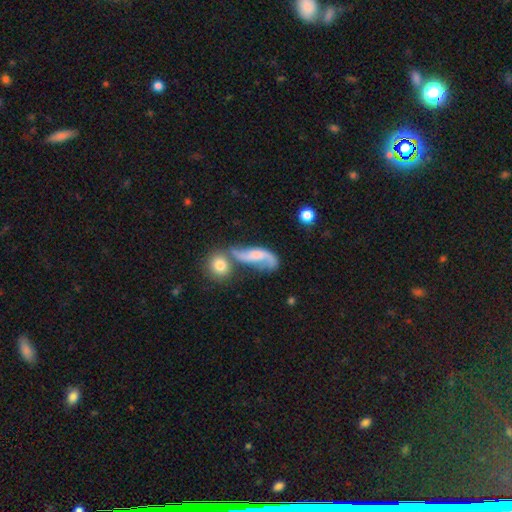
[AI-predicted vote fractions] smooth-or-featured: featured or disk: 72% | smooth: 21% | star or artifact: 8%
  disk-edge-on: no: 92% | yes: 8%
    bar: no: 49% | weak: 36% | strong: 15%
    has-spiral-arms: yes: 91% | no: 9%
      spiral-winding: loose: 79% | medium: 16% | tight: 5%
      spiral-arm-count: 2: 85% | 1: 9% | can't tell: 4% | 3: 1% | 4: 1% | more than 4: 1%
    bulge-size: small: 34% | none: 29% | moderate: 28% | large: 8% | dominant: 2%
  merging: none: 38% | merger: 29% | minor disturbance: 18% | major disturbance: 16%